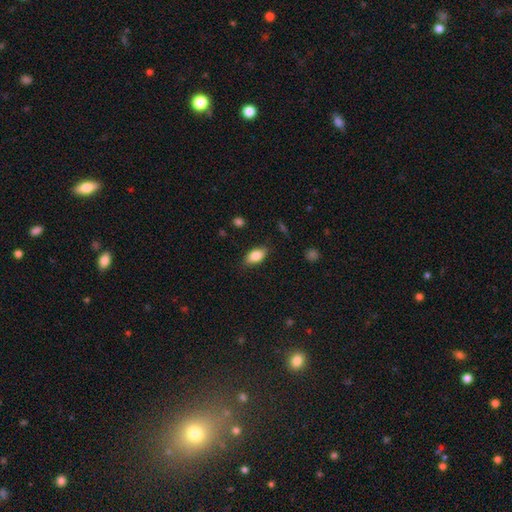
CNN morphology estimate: Smooth or featured?
  - smooth: 85% *
  - featured or disk: 8%
  - star or artifact: 7%
How rounded?
  - in between: 90% *
  - cigar-shaped: 5%
  - round: 5%
Merging?
  - none: 84% *
  - minor disturbance: 12%
  - major disturbance: 3%
  - merger: 1%